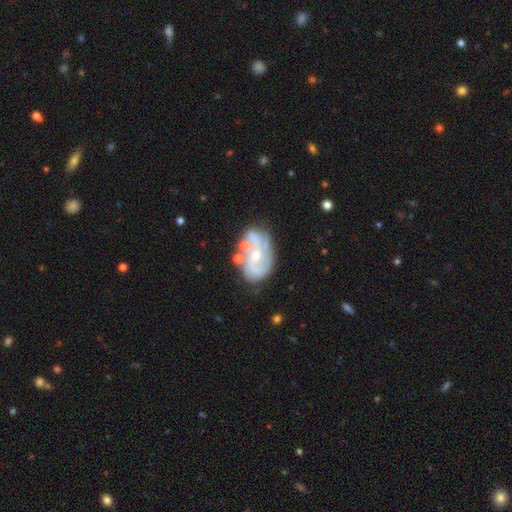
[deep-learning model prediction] Overall: featured or disk (80%). Edge-on disk: no (97%). Bar: no (55%; weak 34%). Spiral arms: yes (88%). Spiral arm count: 2 (61%). Spiral winding: medium (45%; loose 29%). Bulge size: small (62%; moderate 34%). Merging: none (57%; minor disturbance 21%).